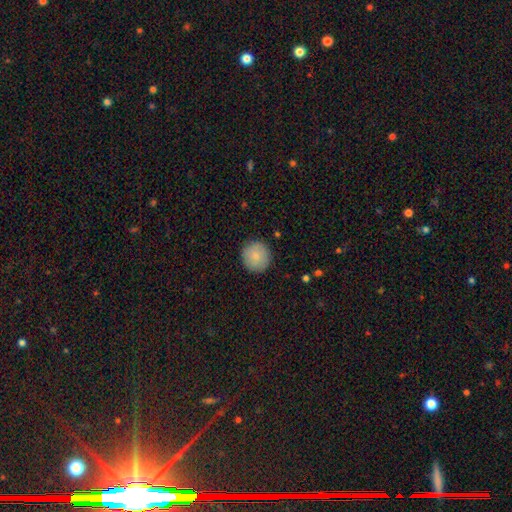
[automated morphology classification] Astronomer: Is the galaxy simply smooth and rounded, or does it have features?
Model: smooth — 85%.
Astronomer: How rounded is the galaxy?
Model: round — 94%.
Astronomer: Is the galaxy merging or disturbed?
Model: none — 90%.